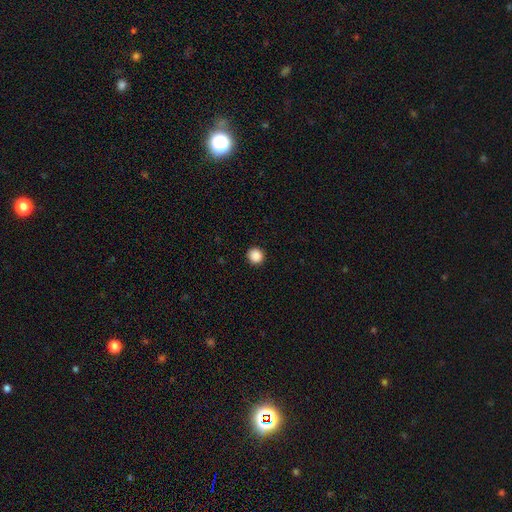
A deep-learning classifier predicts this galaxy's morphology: This appears to be a smooth galaxy with no disk features (89%) that is round (94%). Merging: none (93%).